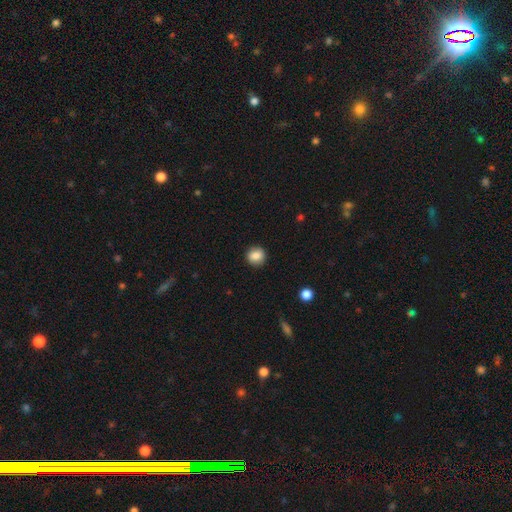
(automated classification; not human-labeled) smooth 86%, star or artifact 9%, featured or disk 5%. Down the decision tree: how rounded — round (83%); merging — none (89%).